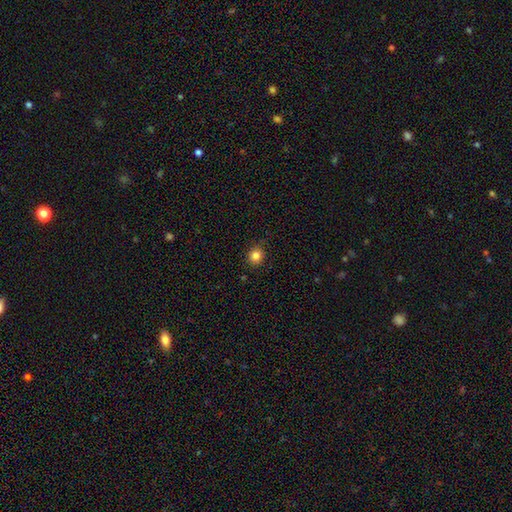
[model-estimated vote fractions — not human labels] The model was most divided on "smooth or featured": smooth: 83%, star or artifact: 12%, featured or disk: 5%. More confident: how rounded — round (86%); merging — none (85%).